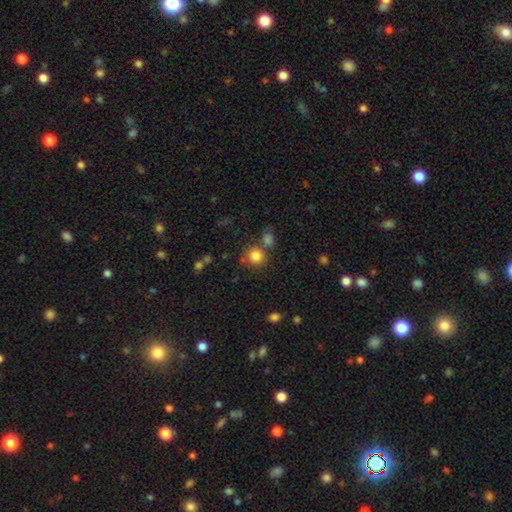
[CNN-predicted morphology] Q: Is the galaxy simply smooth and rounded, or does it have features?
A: smooth — 82%.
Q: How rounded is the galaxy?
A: round — 90%.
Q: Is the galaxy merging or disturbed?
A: none — 68%.